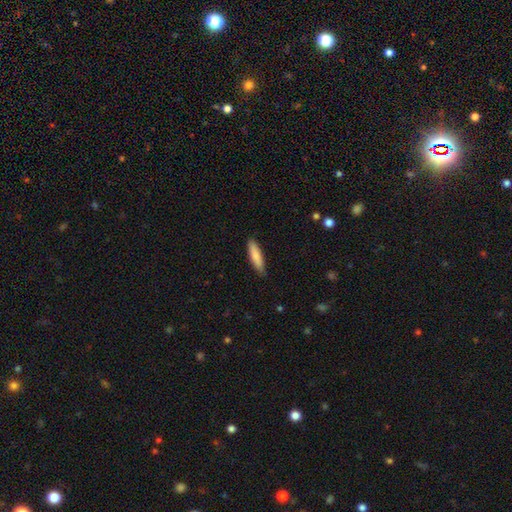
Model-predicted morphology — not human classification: Smooth or featured? Predicted: smooth (p=0.82). How rounded? Predicted: cigar-shaped (p=0.75). Merging? Predicted: none (p=0.86).